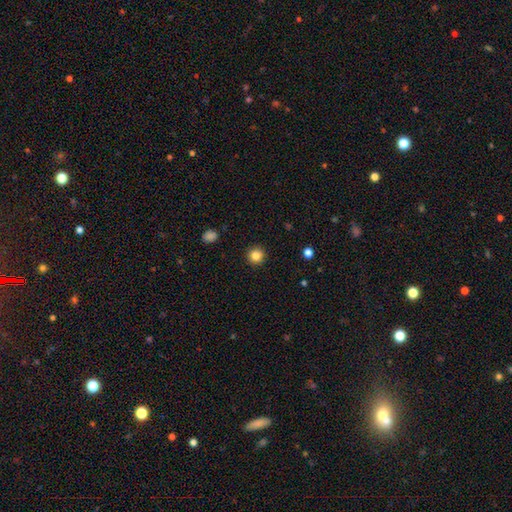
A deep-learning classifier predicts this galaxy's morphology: This is clearly a smooth galaxy (84%). How rounded: clearly round (95%). Merging: clearly none (92%).